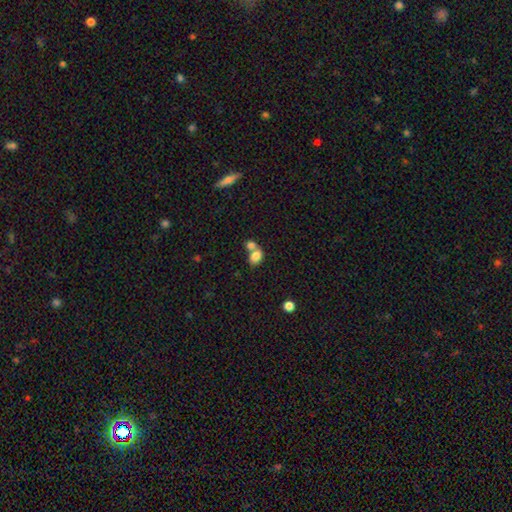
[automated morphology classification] A smooth galaxy with no disk features (81%) that is in between round and cigar-shaped (68%).

Vote fractions:
- Smooth or featured? smooth: 81% / featured or disk: 10% / star or artifact: 9%
- How rounded? in between: 68% / round: 31% / cigar-shaped: 1%
- Merging? merger: 55% / none: 33% / minor disturbance: 9% / major disturbance: 4%